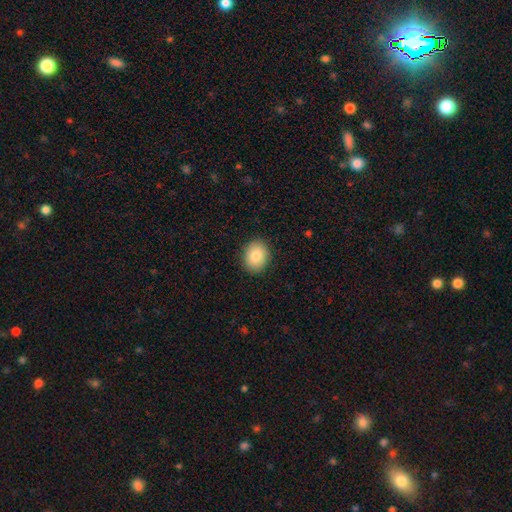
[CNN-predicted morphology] smooth 85%, star or artifact 8%, featured or disk 7%. Down the decision tree: how rounded — in between (51%); merging — none (90%).